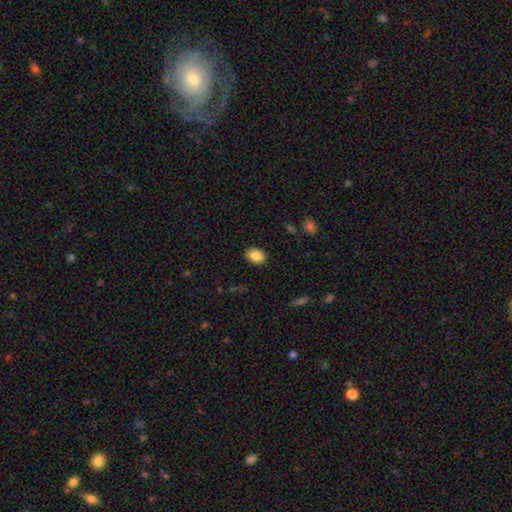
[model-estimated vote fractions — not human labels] Smooth or featured?
  - smooth: 86% *
  - star or artifact: 8%
  - featured or disk: 5%
How rounded?
  - in between: 71% *
  - round: 28%
  - cigar-shaped: 1%
Merging?
  - none: 89% *
  - minor disturbance: 8%
  - major disturbance: 2%
  - merger: 1%